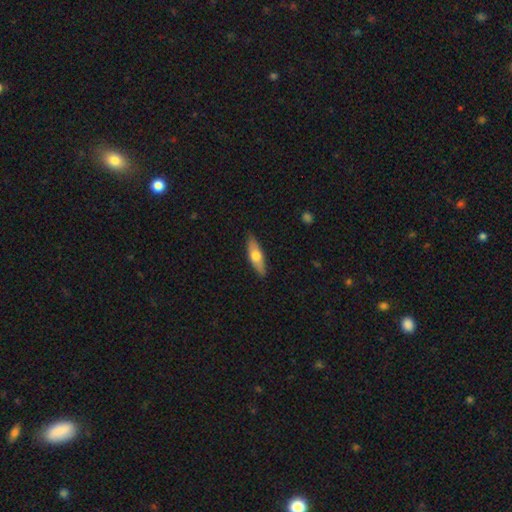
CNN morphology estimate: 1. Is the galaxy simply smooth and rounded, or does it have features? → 56% smooth, 39% featured or disk, 5% star or artifact.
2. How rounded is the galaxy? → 51% in between, 46% cigar-shaped, 3% round.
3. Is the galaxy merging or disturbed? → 85% none, 12% minor disturbance, 2% major disturbance, 1% merger.